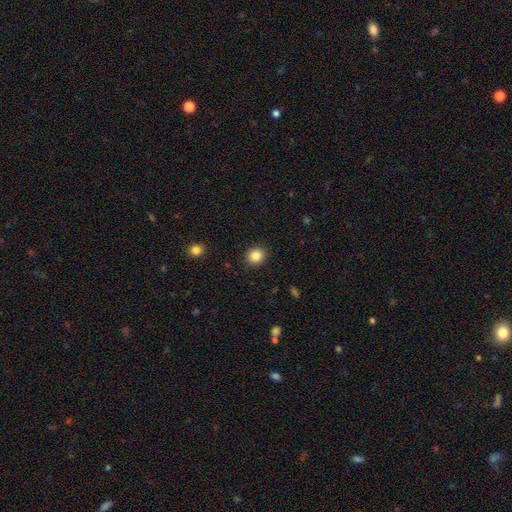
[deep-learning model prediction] The model was most divided on "how rounded": round: 85%, in between: 14%, cigar-shaped: 1%. More confident: merging — none (91%); smooth or featured — smooth (85%).